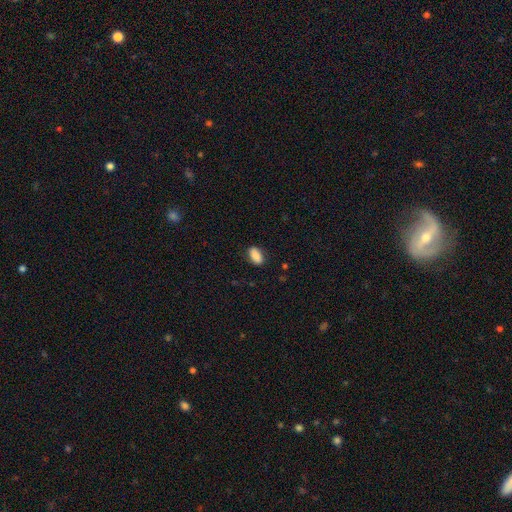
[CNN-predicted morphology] Overall: smooth (86%). How rounded: in between (91%). Merging: none (82%).